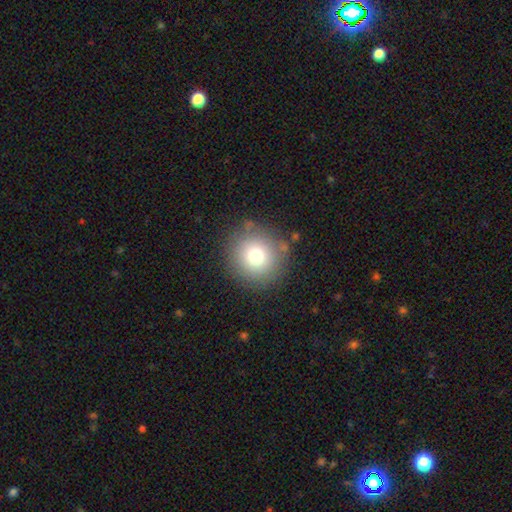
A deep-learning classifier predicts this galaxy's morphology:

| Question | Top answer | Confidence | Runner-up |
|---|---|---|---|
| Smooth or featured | smooth | 75% | star or artifact (13%) |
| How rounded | round | 94% | in between (5%) |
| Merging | none | 85% | minor disturbance (9%) |